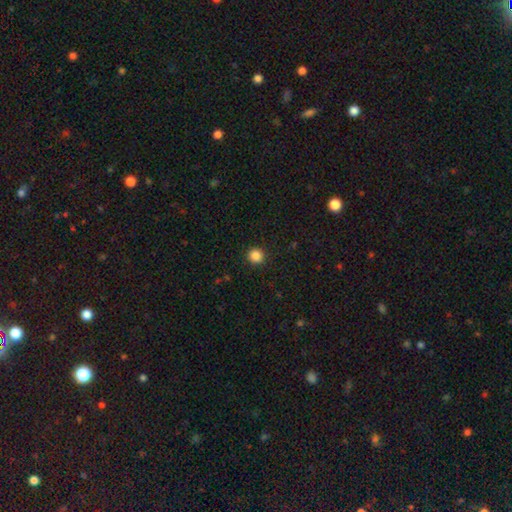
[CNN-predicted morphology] smooth 87%, star or artifact 11%, featured or disk 3%. Down the decision tree: how rounded — round (93%); merging — none (92%).